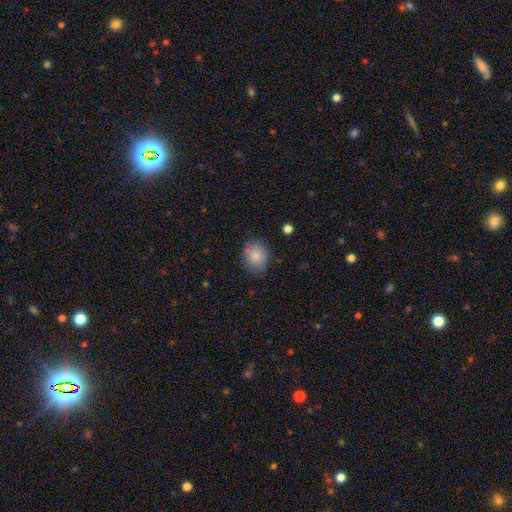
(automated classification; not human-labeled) Morphology: type=smooth (86%); roundness=round (63%); merging=none (80%).